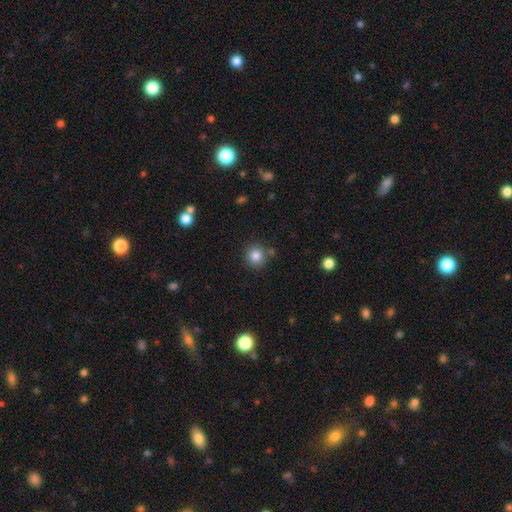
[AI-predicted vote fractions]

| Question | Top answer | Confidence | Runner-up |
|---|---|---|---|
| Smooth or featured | smooth | 82% | star or artifact (11%) |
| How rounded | round | 93% | in between (6%) |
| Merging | none | 82% | minor disturbance (9%) |